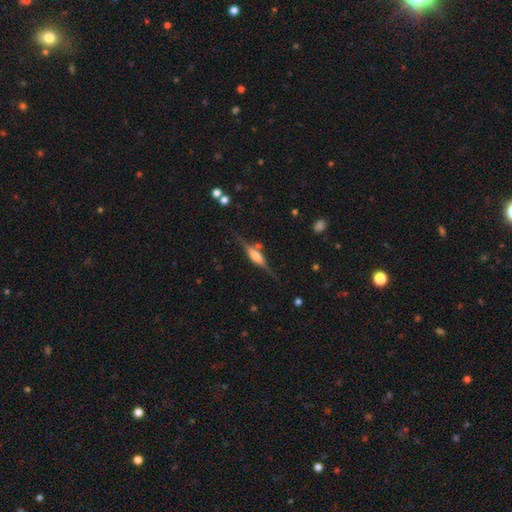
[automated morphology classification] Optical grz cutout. It shows a featured or disk galaxy (75%) viewed edge-on (97%) with a rounded central bulge (72%). Merging: none (79%).